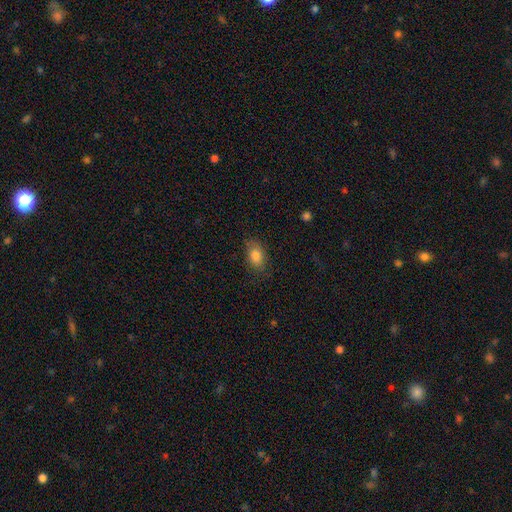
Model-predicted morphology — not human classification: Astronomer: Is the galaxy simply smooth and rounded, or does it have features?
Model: smooth — 82%.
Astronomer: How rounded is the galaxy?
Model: in between — 88%.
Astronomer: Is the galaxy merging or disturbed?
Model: none — 79%.